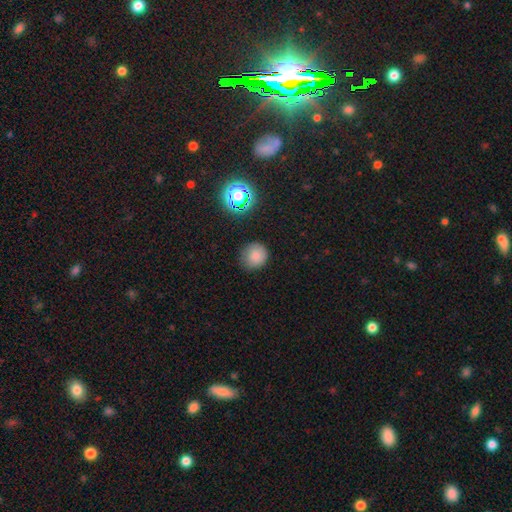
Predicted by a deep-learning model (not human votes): smooth-or-featured: smooth: 80% | star or artifact: 14% | featured or disk: 6%
  how-rounded: round: 87% | in between: 12% | cigar-shaped: 1%
  merging: none: 81% | minor disturbance: 14% | major disturbance: 3% | merger: 2%